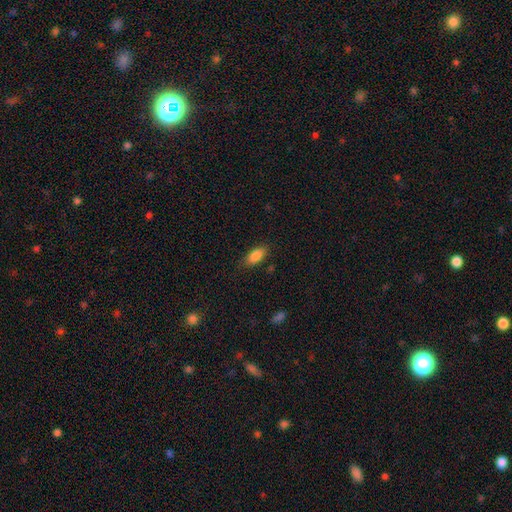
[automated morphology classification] Smooth or featured?
  - smooth: 85% *
  - star or artifact: 8%
  - featured or disk: 7%
How rounded?
  - in between: 87% *
  - cigar-shaped: 11%
  - round: 3%
Merging?
  - none: 82% *
  - minor disturbance: 13%
  - major disturbance: 3%
  - merger: 1%